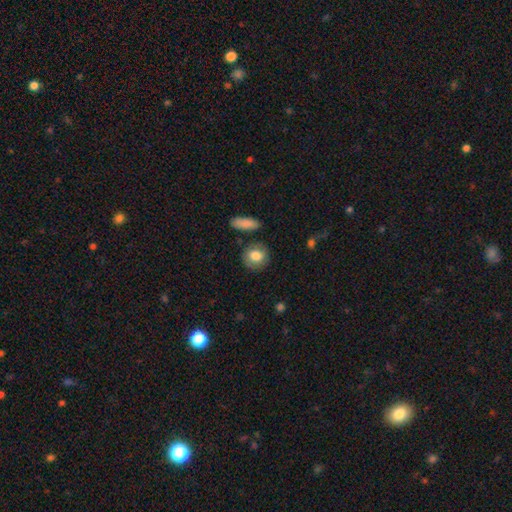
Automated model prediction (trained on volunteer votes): This appears to be a smooth galaxy with no disk features (77%) that is round (78%). Merging: none (81%).